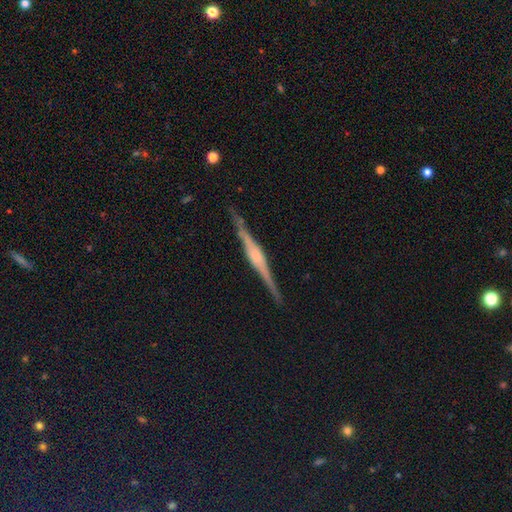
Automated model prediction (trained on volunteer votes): featured or disk 84%, smooth 11%, star or artifact 5%. Down the decision tree: edge-on disk — yes (98%); edge-on bulge — rounded (51%); merging — none (89%).